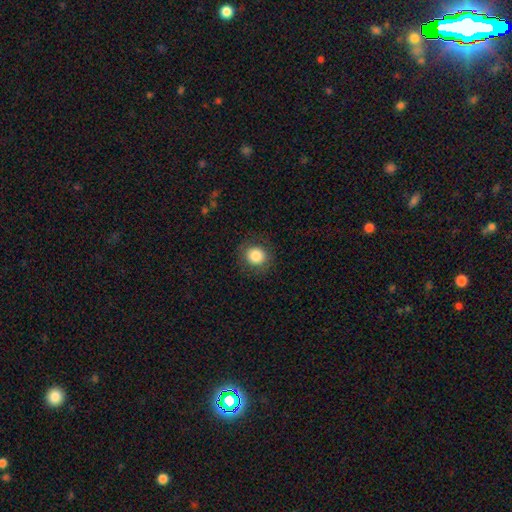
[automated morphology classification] smooth 84%, star or artifact 9%, featured or disk 7%. Down the decision tree: how rounded — round (88%); merging — none (88%).